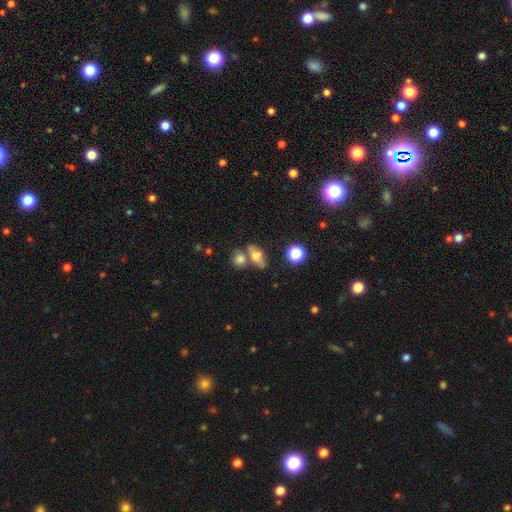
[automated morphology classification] The model was most divided on "merging": none: 41%, merger: 36%, minor disturbance: 15%, major disturbance: 9%. More confident: smooth or featured — smooth (65%); how rounded — in between (63%).